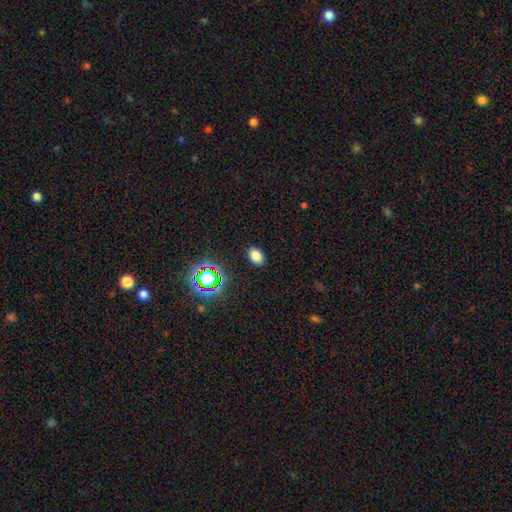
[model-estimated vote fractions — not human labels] This is likely a smooth galaxy (77%). How rounded: likely in between (80%). Merging: clearly none (88%).